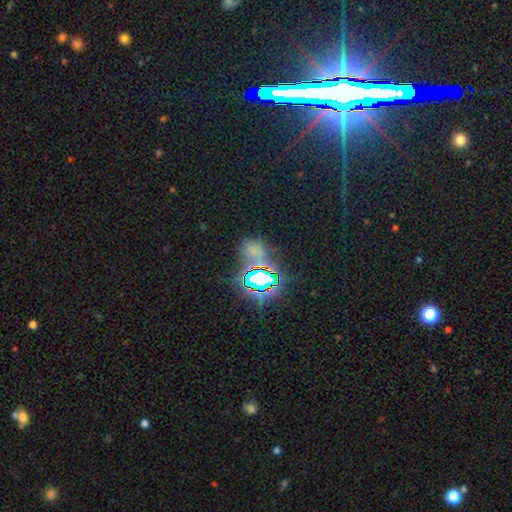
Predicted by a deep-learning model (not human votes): This is likely a star or artifact rather than a galaxy (70%).